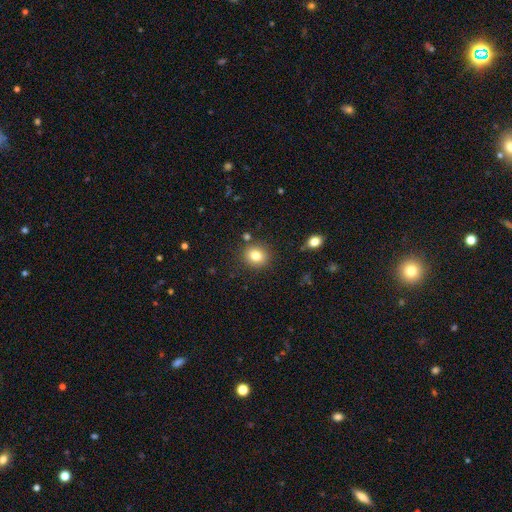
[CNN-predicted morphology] A smooth galaxy with no disk features (80%) that is round (74%). Merging: none (86%).